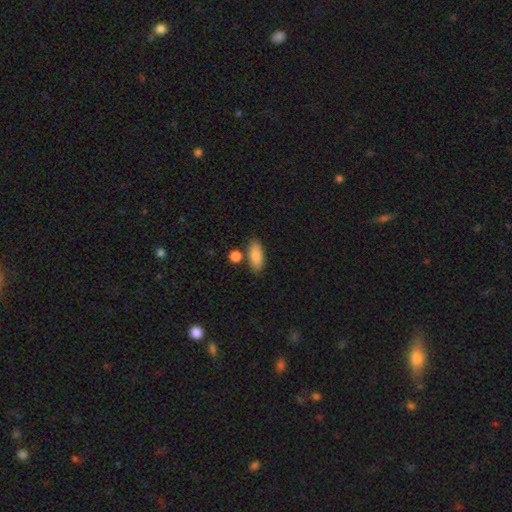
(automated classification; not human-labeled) smooth 84%, featured or disk 9%, star or artifact 7%. Down the decision tree: how rounded — in between (81%); merging — none (75%).